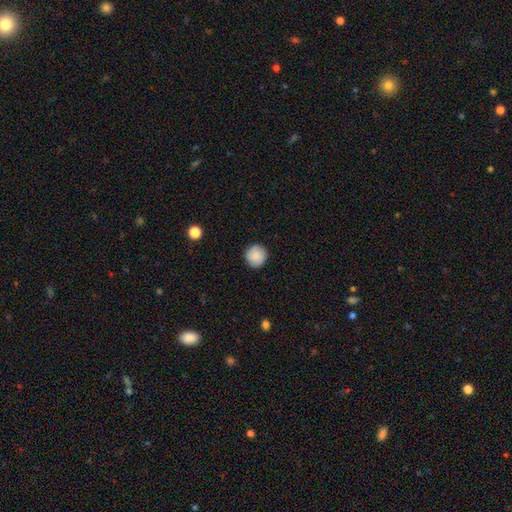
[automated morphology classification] smooth 78%, featured or disk 14%, star or artifact 8%. Down the decision tree: how rounded — round (94%); merging — none (87%).